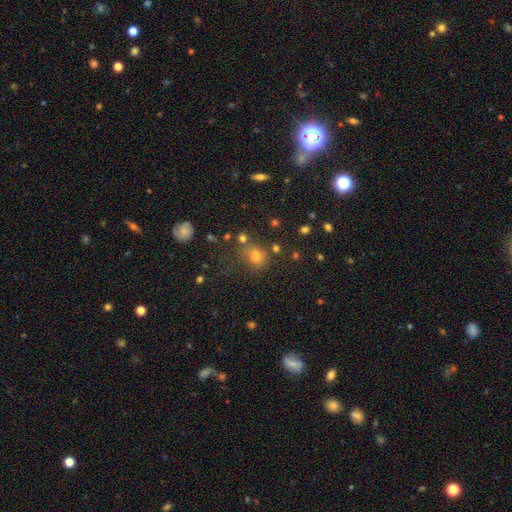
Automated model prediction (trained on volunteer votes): A smooth galaxy with no disk features (67%) that is round (72%). Merging: none (66%).